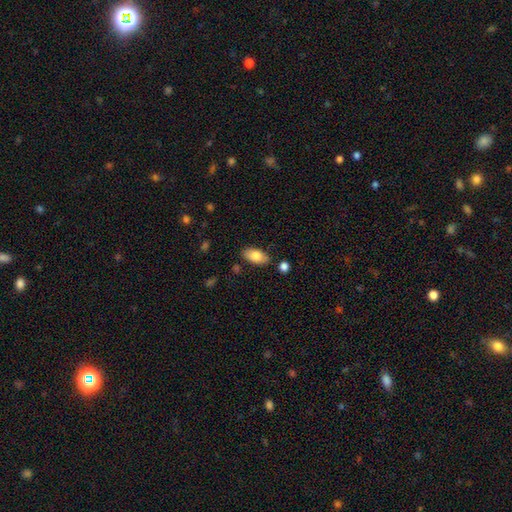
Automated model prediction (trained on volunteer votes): Smooth or featured?
  - smooth: 80% *
  - featured or disk: 13%
  - star or artifact: 7%
How rounded?
  - in between: 91% *
  - cigar-shaped: 6%
  - round: 3%
Merging?
  - none: 83% *
  - minor disturbance: 11%
  - merger: 3%
  - major disturbance: 2%